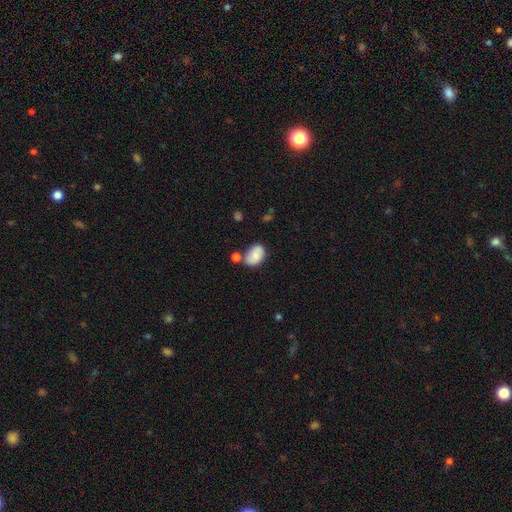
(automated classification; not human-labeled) A smooth galaxy with no disk features (74%) that is in between round and cigar-shaped (85%). Merging: none (59%).